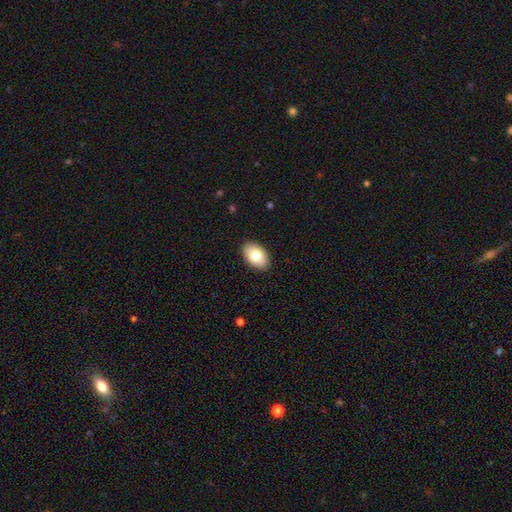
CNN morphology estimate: A smooth galaxy with no disk features (80%) that is in between round and cigar-shaped (92%).

Vote fractions:
- Smooth or featured? smooth: 80% / featured or disk: 14% / star or artifact: 7%
- How rounded? in between: 92% / round: 7% / cigar-shaped: 1%
- Merging? none: 89% / minor disturbance: 8% / major disturbance: 2% / merger: 1%